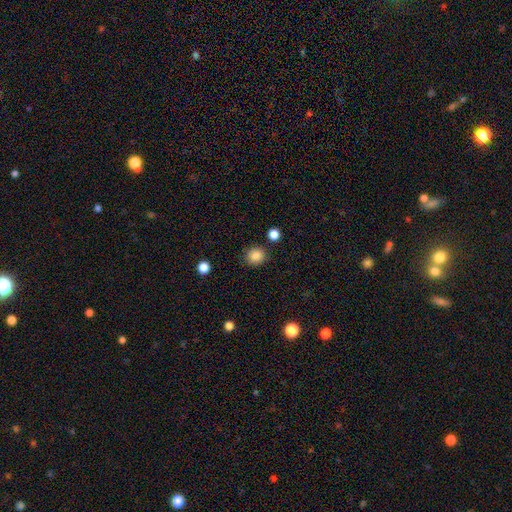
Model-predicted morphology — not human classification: A smooth galaxy with no disk features (87%) that is round (85%).

Vote fractions:
- Smooth or featured? smooth: 87% / star or artifact: 10% / featured or disk: 3%
- How rounded? round: 85% / in between: 14% / cigar-shaped: 1%
- Merging? none: 87% / minor disturbance: 8% / merger: 3% / major disturbance: 3%